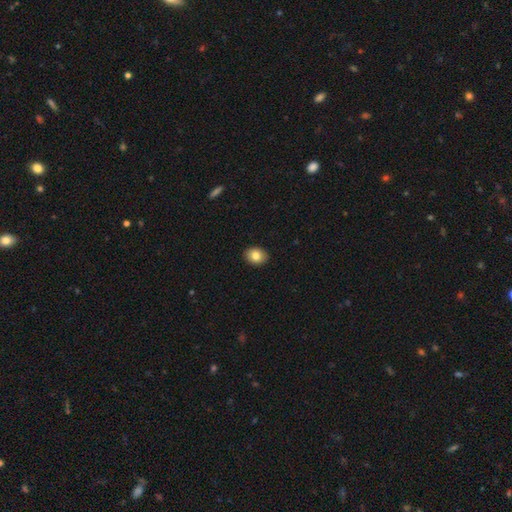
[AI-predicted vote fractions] Smooth or featured? smooth (82%)
How rounded? in between (57%)
Merging? none (91%)